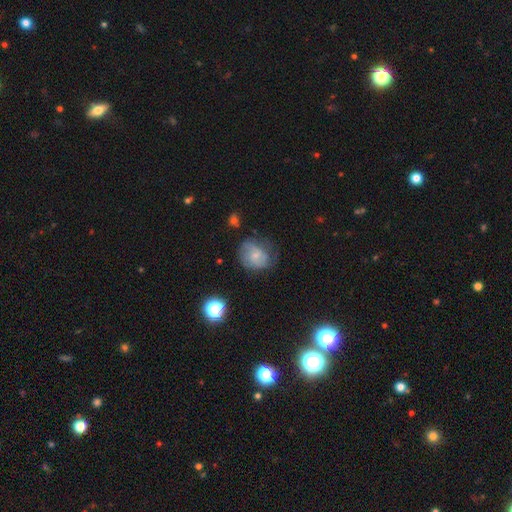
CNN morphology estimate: featured or disk 50%, smooth 40%, star or artifact 10%. Down the decision tree: edge-on disk — no (97%); merging — none (53%).